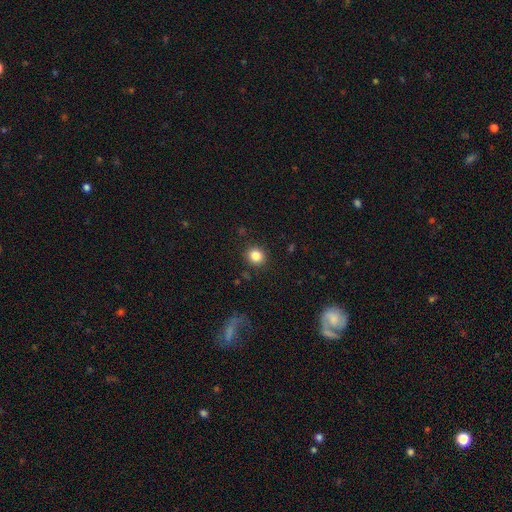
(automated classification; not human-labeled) smooth-or-featured: smooth: 85% | star or artifact: 11% | featured or disk: 5%
  how-rounded: round: 85% | in between: 14% | cigar-shaped: 1%
  merging: none: 89% | minor disturbance: 7% | major disturbance: 3% | merger: 1%